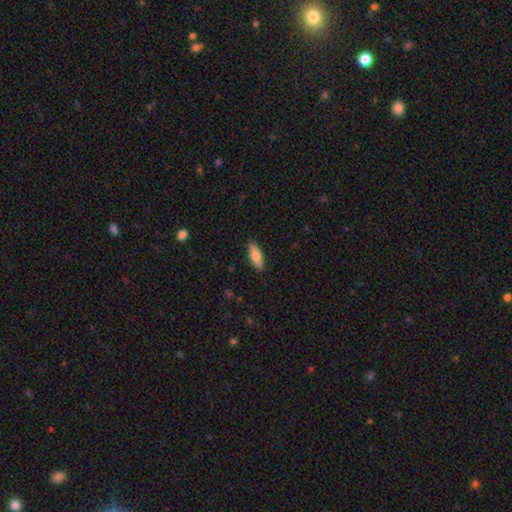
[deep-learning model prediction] This is likely a smooth galaxy (78%). How rounded: likely in between (73%). Merging: clearly none (89%).